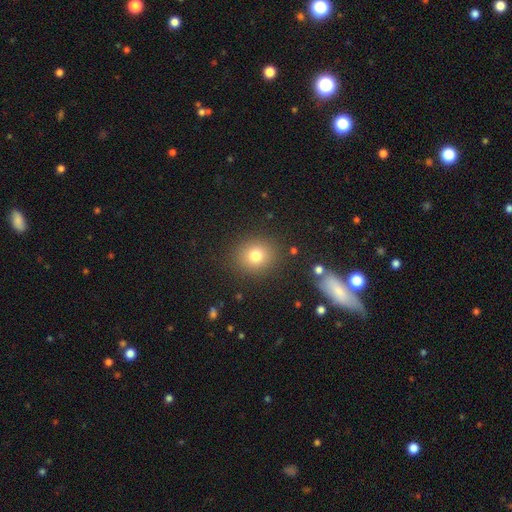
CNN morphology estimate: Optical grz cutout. It shows a smooth galaxy with no disk features (78%) that is round (79%). Merging: none (88%).